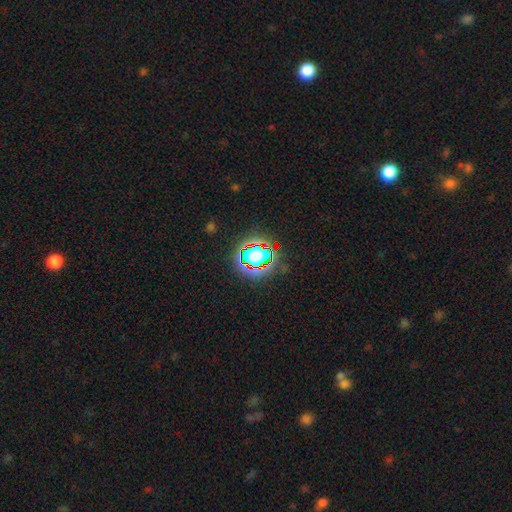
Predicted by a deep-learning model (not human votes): Smooth or featured? star or artifact (58%)